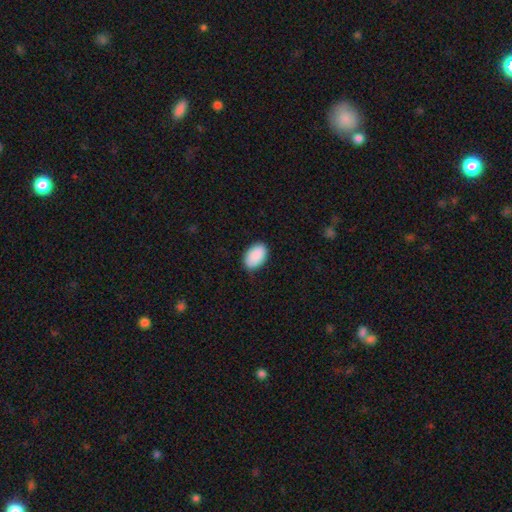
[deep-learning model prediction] This appears to be a smooth galaxy with no disk features (91%) that is in between round and cigar-shaped (92%). Merging: none (84%).